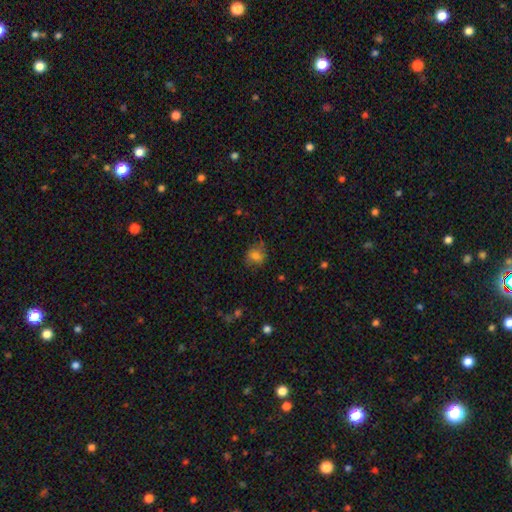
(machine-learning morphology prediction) A smooth galaxy with no disk features (78%) that is round (71%).

Vote fractions:
- Smooth or featured? smooth: 78% / star or artifact: 12% / featured or disk: 10%
- How rounded? round: 71% / in between: 28% / cigar-shaped: 1%
- Merging? none: 72% / minor disturbance: 19% / major disturbance: 7% / merger: 2%